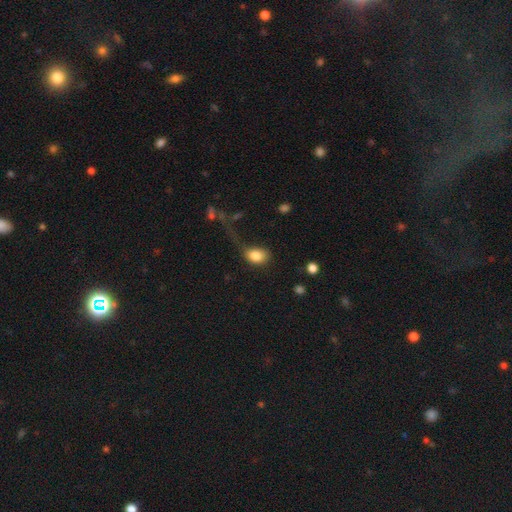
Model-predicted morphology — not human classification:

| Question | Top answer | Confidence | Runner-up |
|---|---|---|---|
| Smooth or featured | smooth | 84% | featured or disk (8%) |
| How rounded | in between | 74% | round (24%) |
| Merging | none | 41% | major disturbance (32%) |